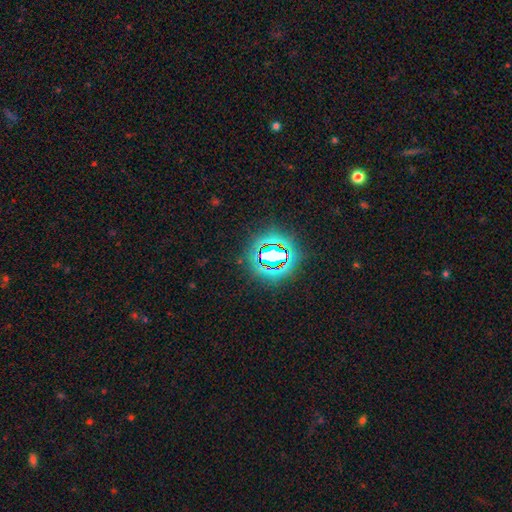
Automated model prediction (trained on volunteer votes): Smooth or featured?
  - star or artifact: 79% *
  - smooth: 14%
  - featured or disk: 7%